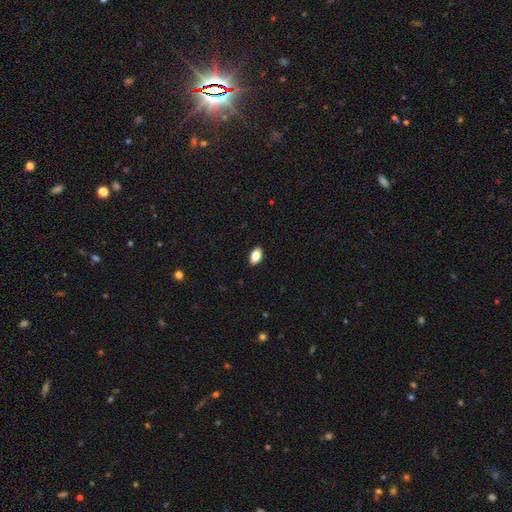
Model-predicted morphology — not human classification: Overall: smooth (85%). How rounded: in between (89%). Merging: none (90%).